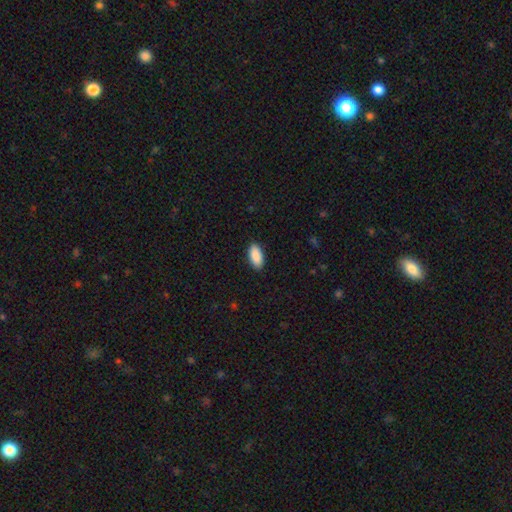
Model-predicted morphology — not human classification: This is clearly a smooth galaxy (91%). How rounded: clearly in between (93%). Merging: clearly none (90%).